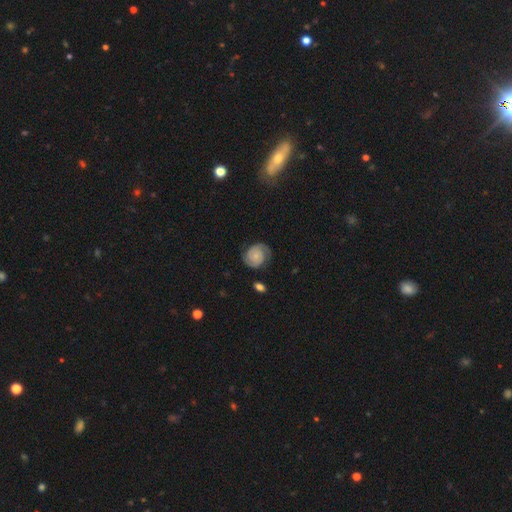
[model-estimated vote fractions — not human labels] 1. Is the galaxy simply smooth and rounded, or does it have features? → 71% featured or disk, 21% smooth, 7% star or artifact.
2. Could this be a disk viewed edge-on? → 98% no, 2% yes.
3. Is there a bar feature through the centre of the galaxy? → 77% no, 19% weak, 4% strong.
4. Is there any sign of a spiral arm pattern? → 94% yes, 6% no.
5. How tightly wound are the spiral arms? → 63% tight, 29% medium, 9% loose.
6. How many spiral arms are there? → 81% 2, 9% can't tell, 4% 1, 3% 3, 1% 4, 1% more than 4.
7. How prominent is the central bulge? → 68% small, 19% moderate, 10% none, 2% large, 1% dominant.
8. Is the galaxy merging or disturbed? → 74% none, 18% minor disturbance, 6% major disturbance, 2% merger.